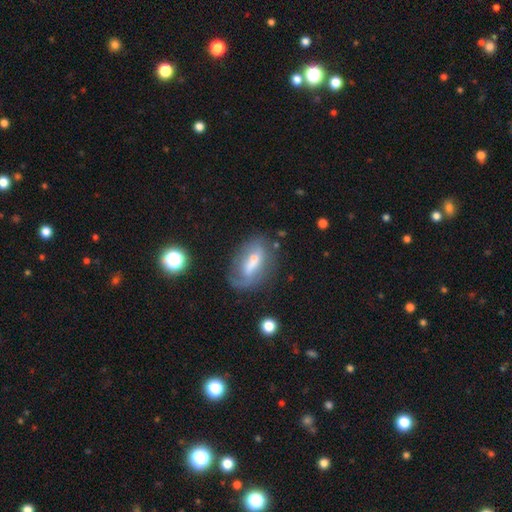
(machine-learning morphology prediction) This is possibly a featured or disk galaxy (47%). Merging: possibly none (50%).